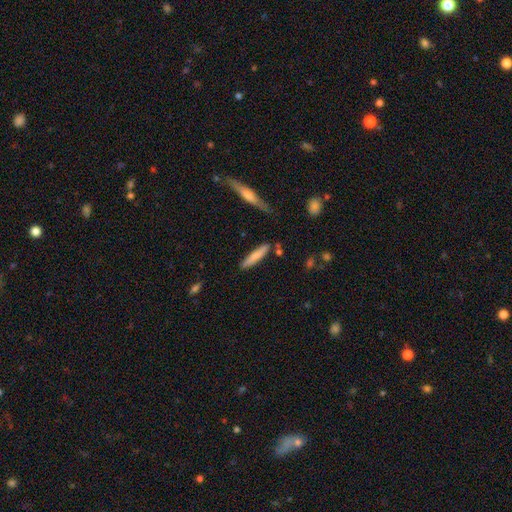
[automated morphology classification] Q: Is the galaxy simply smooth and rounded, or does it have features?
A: smooth — 72%.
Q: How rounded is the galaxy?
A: cigar-shaped — 88%.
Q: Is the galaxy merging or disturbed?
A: none — 82%.